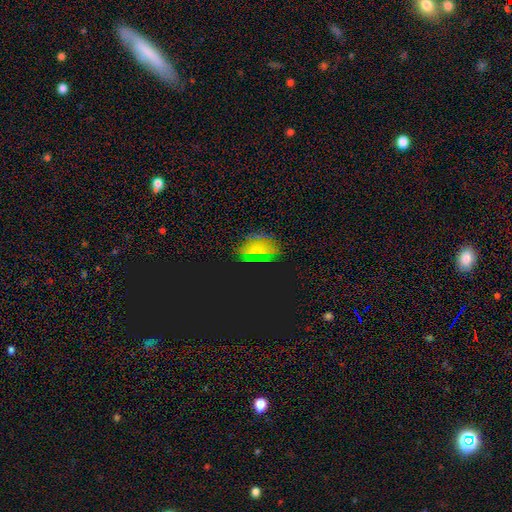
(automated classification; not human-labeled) star or artifact 52%, smooth 36%, featured or disk 12%.